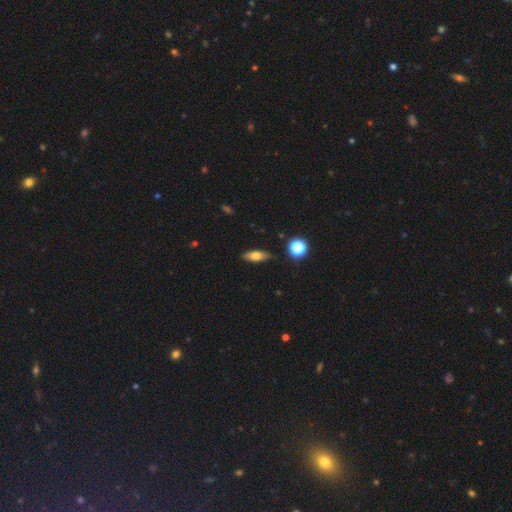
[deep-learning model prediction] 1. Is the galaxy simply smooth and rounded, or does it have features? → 65% smooth, 26% featured or disk, 9% star or artifact.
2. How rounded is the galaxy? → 68% in between, 27% cigar-shaped, 5% round.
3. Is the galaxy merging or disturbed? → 86% none, 10% minor disturbance, 2% major disturbance, 2% merger.